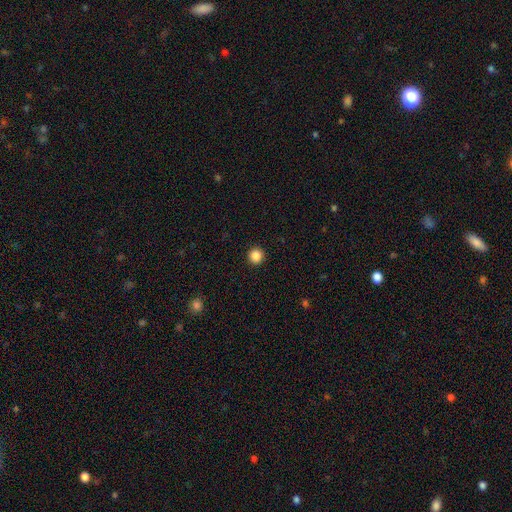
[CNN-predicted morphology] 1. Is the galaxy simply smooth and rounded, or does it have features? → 86% smooth, 11% star or artifact, 3% featured or disk.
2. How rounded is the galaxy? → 95% round, 4% in between, 1% cigar-shaped.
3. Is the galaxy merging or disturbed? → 93% none, 4% minor disturbance, 2% major disturbance, 1% merger.